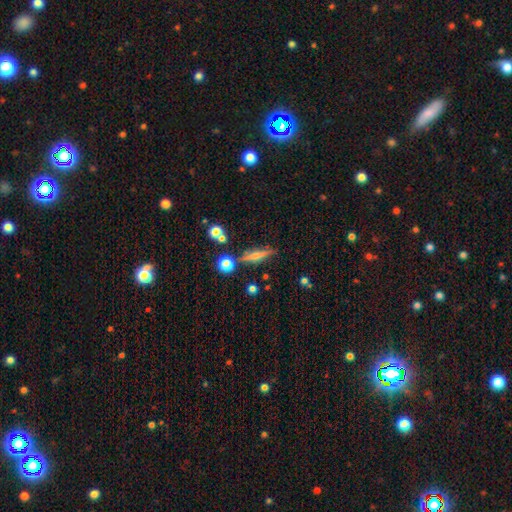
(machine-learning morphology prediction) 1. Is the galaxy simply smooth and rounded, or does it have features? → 45% smooth, 44% featured or disk, 11% star or artifact.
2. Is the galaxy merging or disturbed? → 78% none, 12% minor disturbance, 7% merger, 4% major disturbance.